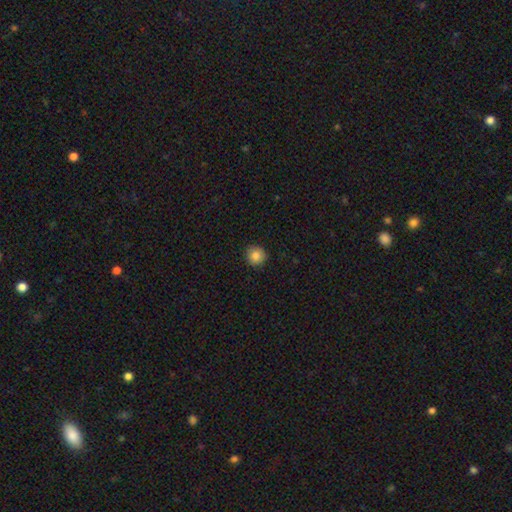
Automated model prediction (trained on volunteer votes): smooth_or_featured: smooth (p=0.84) [alt: star or artifact p=0.10]
how_rounded: round (p=0.93) [alt: in between p=0.06]
merging: none (p=0.90) [alt: minor disturbance p=0.07]